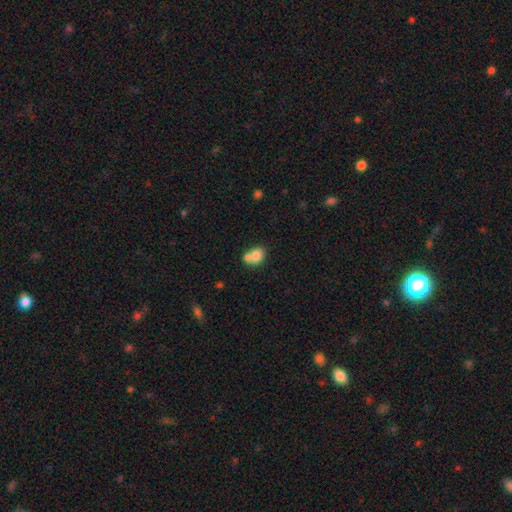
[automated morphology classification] The model was most divided on "how rounded": round: 51%, in between: 48%, cigar-shaped: 1%. Remaining: smooth or featured — smooth (77%); merging — merger (49%).